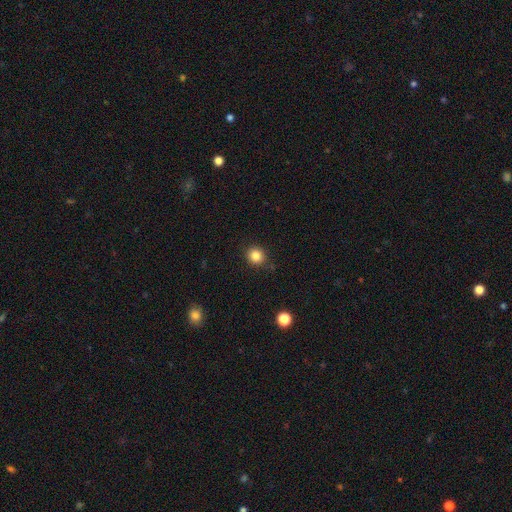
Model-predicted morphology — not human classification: This is clearly a smooth galaxy (84%). How rounded: clearly round (82%). Merging: clearly none (86%).